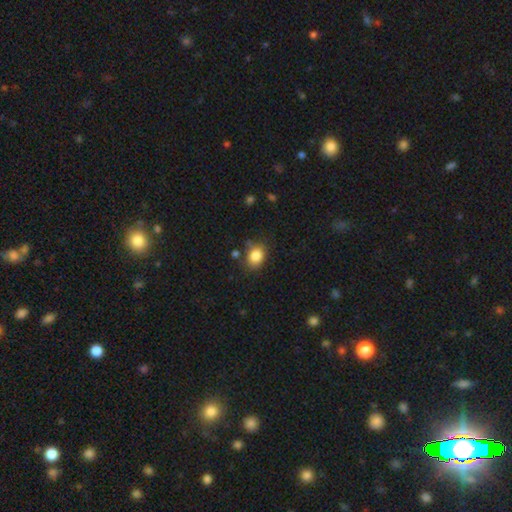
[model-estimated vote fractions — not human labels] This appears to be a smooth galaxy with no disk features (84%) that is in between round and cigar-shaped (51%). Merging: none (74%).